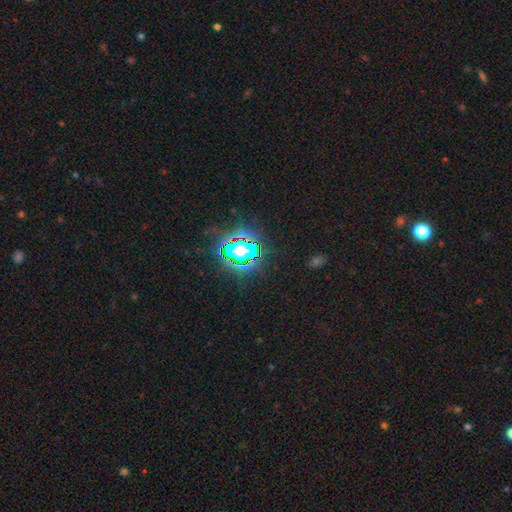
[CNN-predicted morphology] Q: Smooth or featured?
A: star or artifact (82%); runner-up: smooth (12%)